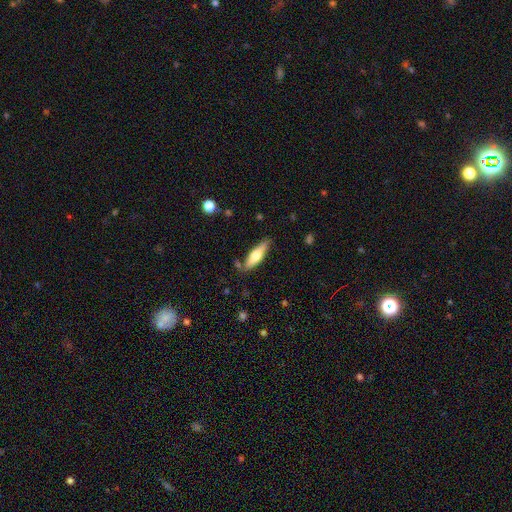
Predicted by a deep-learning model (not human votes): Smooth or featured? smooth (59%)
How rounded? cigar-shaped (59%)
Merging? none (79%)